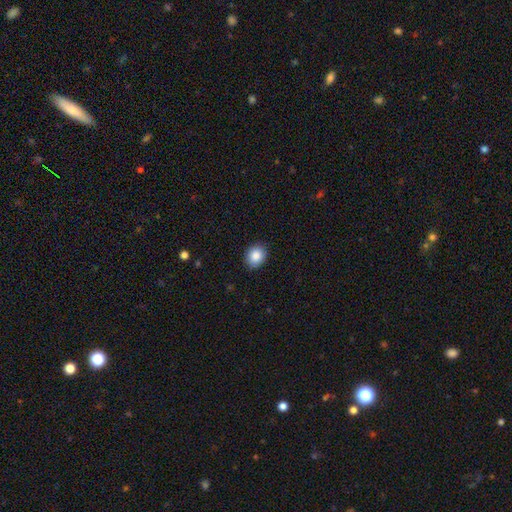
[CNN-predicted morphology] This is clearly a smooth galaxy (87%). How rounded: possibly round (50%). Merging: clearly none (88%).